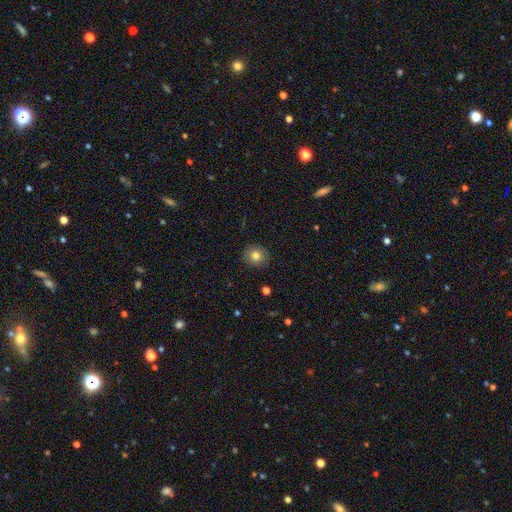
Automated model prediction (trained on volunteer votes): Smooth or featured: smooth — 79% (star or artifact — 11%)
How rounded: round — 88% (in between — 11%)
Merging: none — 88% (minor disturbance — 9%)